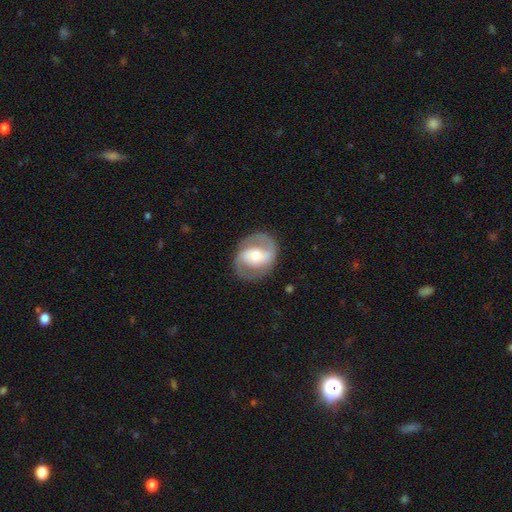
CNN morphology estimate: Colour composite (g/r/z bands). It shows a featured or disk galaxy (79%) with a weak bar (38%), 2 (89%) medium (52%) spiral arms (89%) and a moderate central bulge (59%). Merging: none (81%).